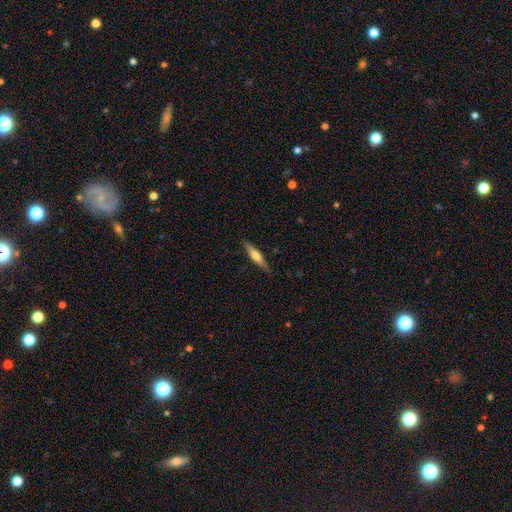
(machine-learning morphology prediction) The model was most divided on "smooth or featured": featured or disk: 52%, smooth: 43%, star or artifact: 6%. More confident: edge-on disk — yes (95%); merging — none (88%).